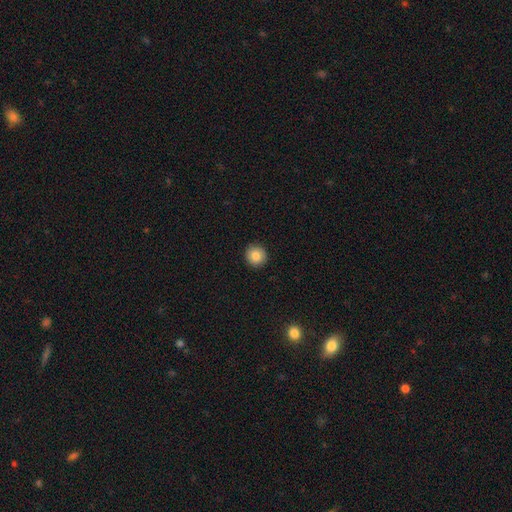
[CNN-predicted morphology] This appears to be a smooth galaxy with no disk features (84%) that is round (92%). Merging: none (92%).